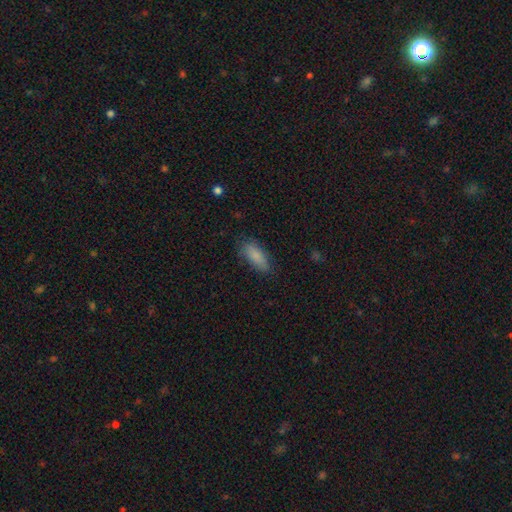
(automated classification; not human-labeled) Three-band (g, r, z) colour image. It shows a smooth galaxy with no disk features (86%) that is in between round and cigar-shaped (72%). Merging: none (77%).